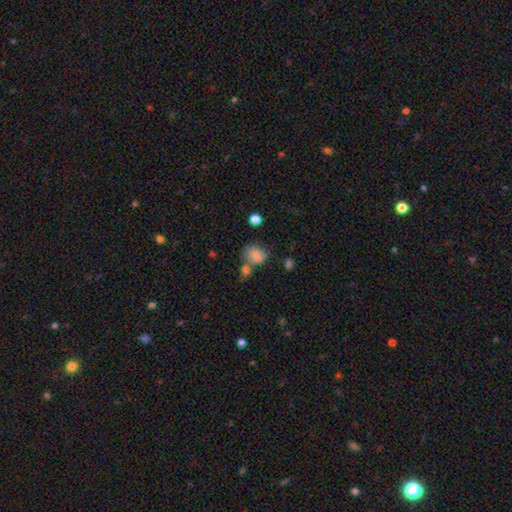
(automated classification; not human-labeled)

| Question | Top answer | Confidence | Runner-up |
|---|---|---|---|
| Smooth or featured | smooth | 75% | featured or disk (14%) |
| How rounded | in between | 52% | round (47%) |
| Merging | none | 39% | merger (36%) |